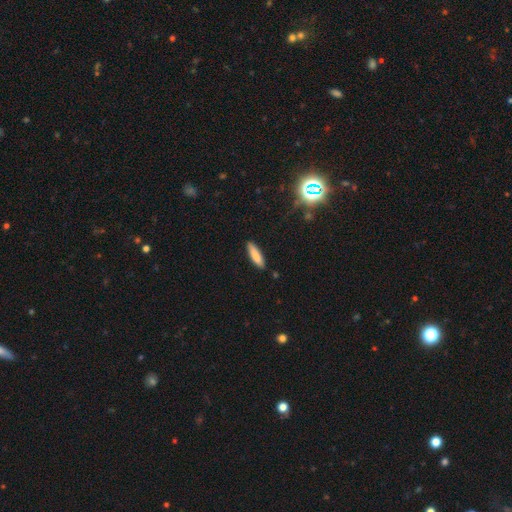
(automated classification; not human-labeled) This appears to be a smooth galaxy with no disk features (83%) that is cigar-shaped (69%). Merging: none (87%).